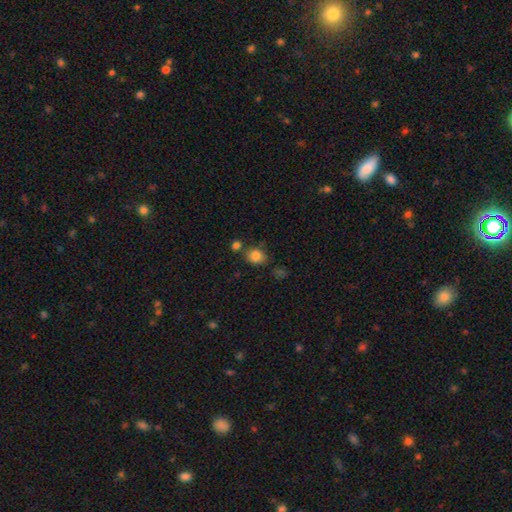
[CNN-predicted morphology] Q: Smooth or featured?
A: smooth (83%); runner-up: star or artifact (11%)
Q: How rounded?
A: round (63%); runner-up: in between (35%)
Q: Merging?
A: none (67%); runner-up: minor disturbance (14%)